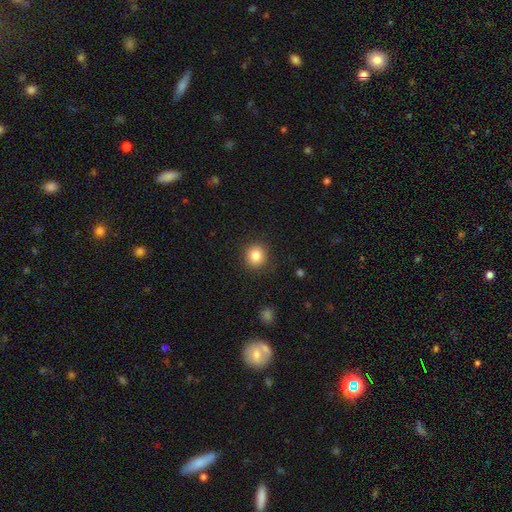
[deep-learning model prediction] Smooth or featured? smooth (84%)
How rounded? round (90%)
Merging? none (89%)